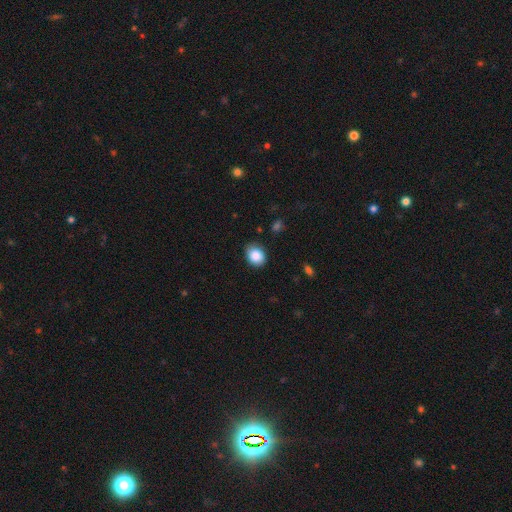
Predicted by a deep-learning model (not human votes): Overall: smooth (87%). How rounded: in between (52%; round 47%). Merging: none (80%).